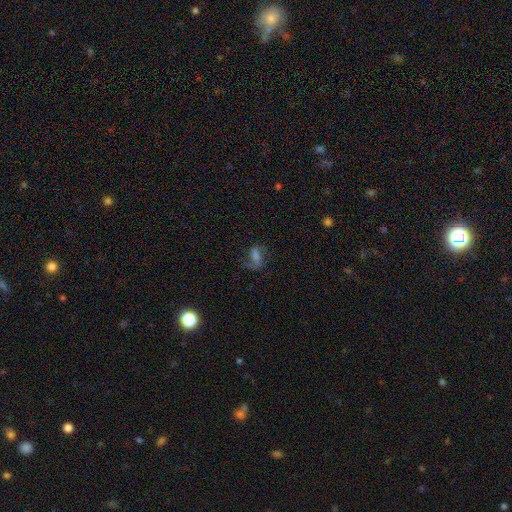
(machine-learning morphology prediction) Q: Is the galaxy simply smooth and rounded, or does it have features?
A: featured or disk — 56%.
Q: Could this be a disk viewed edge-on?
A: no — 95%.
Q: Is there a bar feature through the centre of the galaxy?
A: weak — 42%.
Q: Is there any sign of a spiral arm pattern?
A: yes — 88%.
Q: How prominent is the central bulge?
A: none — 30%.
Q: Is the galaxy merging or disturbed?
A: none — 56%.